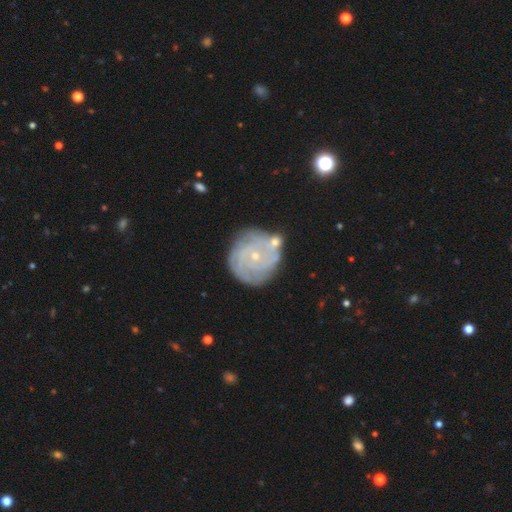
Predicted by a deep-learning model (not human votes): Smooth or featured? Predicted: featured or disk (p=0.81). Edge-on disk? Predicted: no (p=0.98). Bar? Predicted: no (p=0.76). Spiral arms? Predicted: yes (p=0.94). Spiral winding? Predicted: tight (p=0.75). Spiral arm count? Predicted: can't tell (p=0.30). Bulge size? Predicted: small (p=0.80). Merging? Predicted: none (p=0.71).